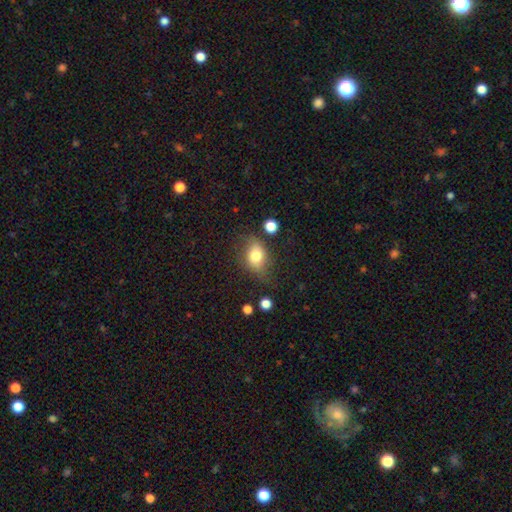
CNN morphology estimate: A smooth galaxy with no disk features (74%) that is in between round and cigar-shaped (67%).

Vote fractions:
- Smooth or featured? smooth: 74% / featured or disk: 17% / star or artifact: 10%
- How rounded? in between: 67% / round: 30% / cigar-shaped: 2%
- Merging? none: 62% / minor disturbance: 25% / major disturbance: 9% / merger: 3%